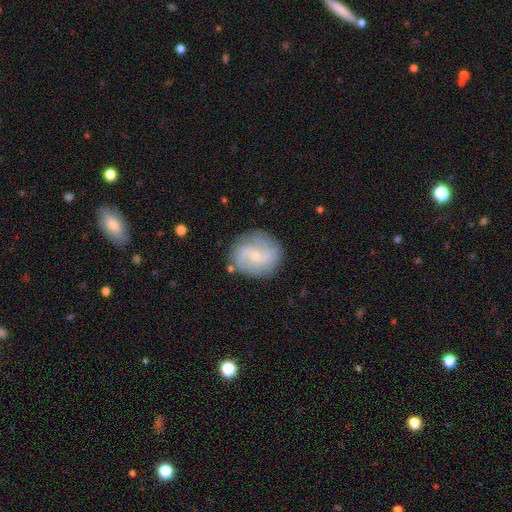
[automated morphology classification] This appears to be a featured or disk galaxy (78%) with no bar (52%), 2 (65%) medium (46%) spiral arms (94%) and a small central bulge (77%). Merging: none (81%).